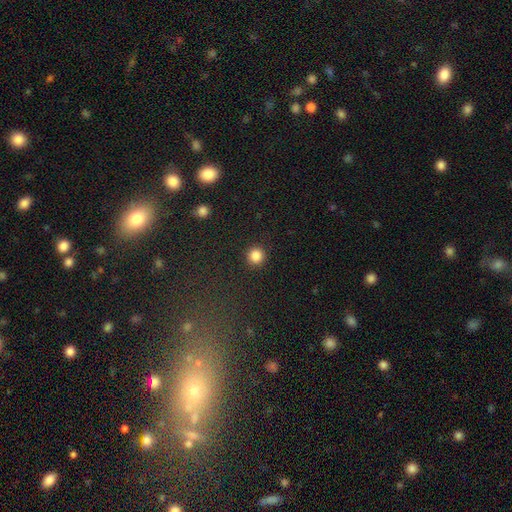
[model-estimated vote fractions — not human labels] This is clearly a smooth galaxy (86%). How rounded: clearly round (94%). Merging: clearly none (92%).